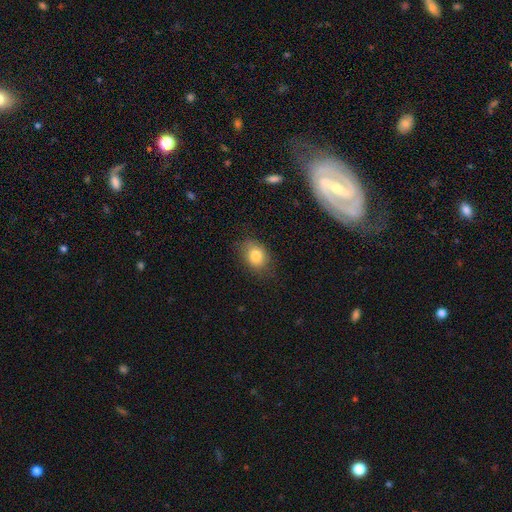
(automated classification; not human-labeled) Smooth or featured? Predicted: smooth (p=0.83). How rounded? Predicted: in between (p=0.63). Merging? Predicted: none (p=0.75).